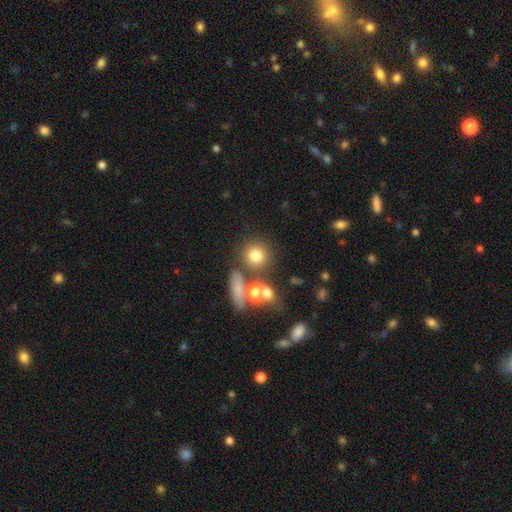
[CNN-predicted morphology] This is likely a smooth galaxy (75%). How rounded: clearly round (88%). Merging: likely none (67%).